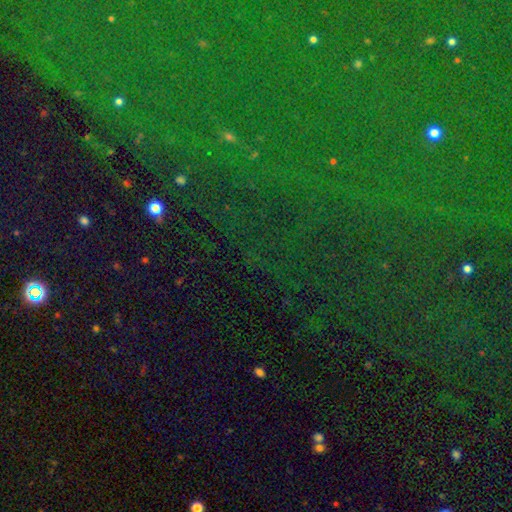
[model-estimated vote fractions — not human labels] A star or artifact, not a galaxy (83%).

Vote fractions:
- Smooth or featured? star or artifact: 83% / smooth: 9% / featured or disk: 8%